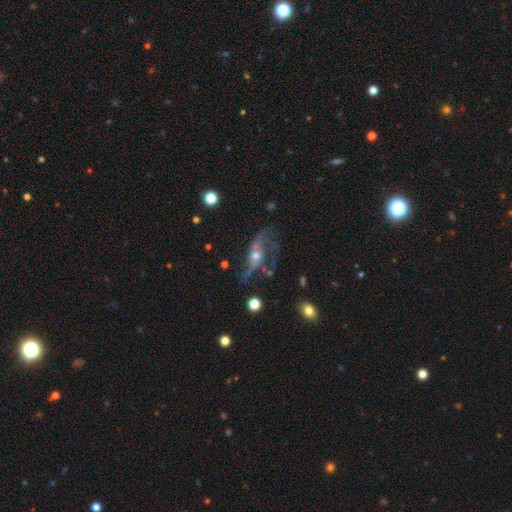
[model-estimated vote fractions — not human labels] smooth-or-featured: featured or disk: 72% | smooth: 17% | star or artifact: 11%
  disk-edge-on: no: 91% | yes: 9%
    bar: no: 70% | weak: 23% | strong: 7%
    has-spiral-arms: yes: 79% | no: 21%
      spiral-winding: loose: 63% | medium: 28% | tight: 9%
      spiral-arm-count: 2: 62% | can't tell: 15% | 1: 10% | 3: 7% | 4: 3% | more than 4: 3%
    bulge-size: moderate: 50% | small: 40% | large: 6% | none: 3% | dominant: 2%
  merging: major disturbance: 38% (tied) | none: 38% (tied) | minor disturbance: 18% | merger: 6%